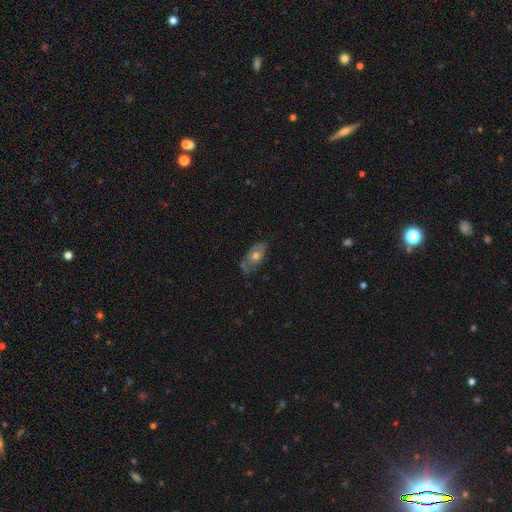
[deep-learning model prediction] Smooth or featured?
  - smooth: 57% *
  - featured or disk: 35%
  - star or artifact: 8%
How rounded?
  - in between: 86% *
  - round: 8%
  - cigar-shaped: 6%
Merging?
  - none: 52% *
  - minor disturbance: 31%
  - major disturbance: 10%
  - merger: 7%